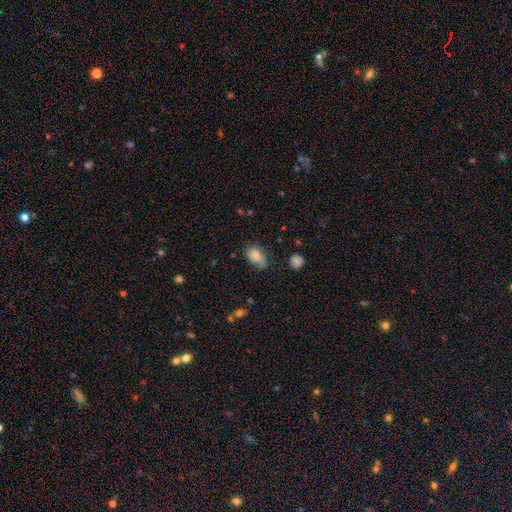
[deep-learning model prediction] This appears to be a smooth galaxy with no disk features (73%) that is in between round and cigar-shaped (86%). Merging: none (52%).